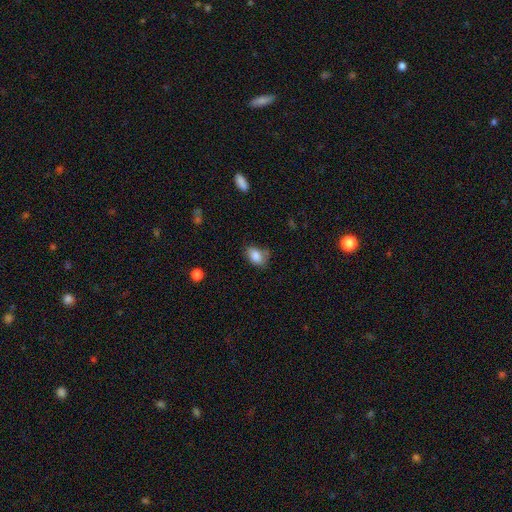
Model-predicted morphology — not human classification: Smooth or featured: smooth — 85% (star or artifact — 8%)
How rounded: in between — 84% (round — 14%)
Merging: none — 58% (minor disturbance — 29%)